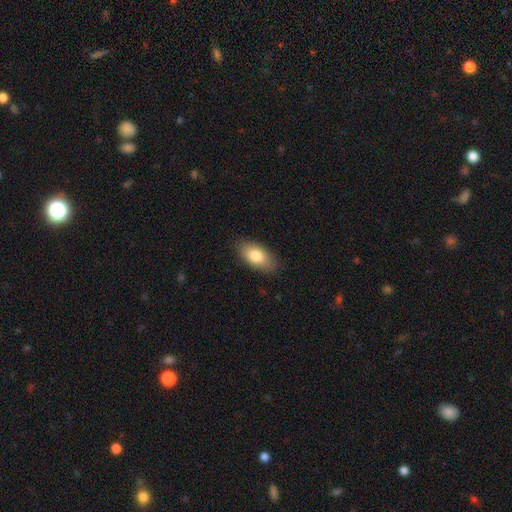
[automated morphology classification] Smooth or featured? smooth (82%)
How rounded? in between (92%)
Merging? none (85%)